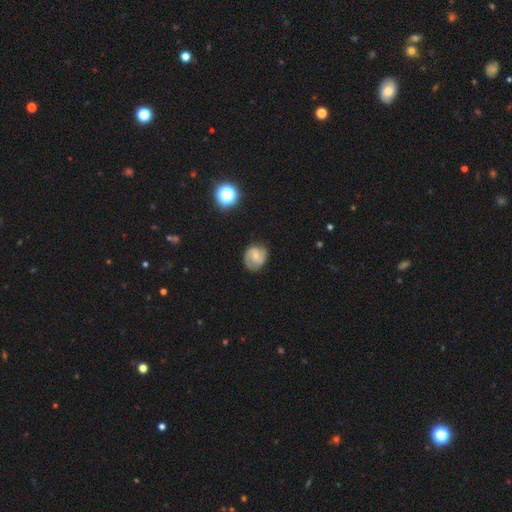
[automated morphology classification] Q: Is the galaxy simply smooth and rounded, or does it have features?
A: featured or disk — 57%.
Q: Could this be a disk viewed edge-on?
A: no — 97%.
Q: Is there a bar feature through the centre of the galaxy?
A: weak — 49%.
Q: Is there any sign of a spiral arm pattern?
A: yes — 90%.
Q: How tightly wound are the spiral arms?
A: medium — 45%.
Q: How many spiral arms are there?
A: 2 — 77%.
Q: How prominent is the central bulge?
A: small — 55%.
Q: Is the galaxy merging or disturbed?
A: none — 77%.